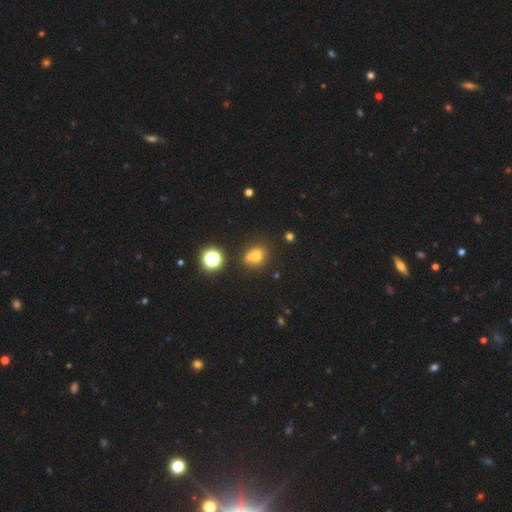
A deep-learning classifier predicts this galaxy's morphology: The model was most divided on "merging": merger: 44%, none: 42%, minor disturbance: 9%, major disturbance: 4%. More confident: how rounded — round (72%); smooth or featured — smooth (64%).